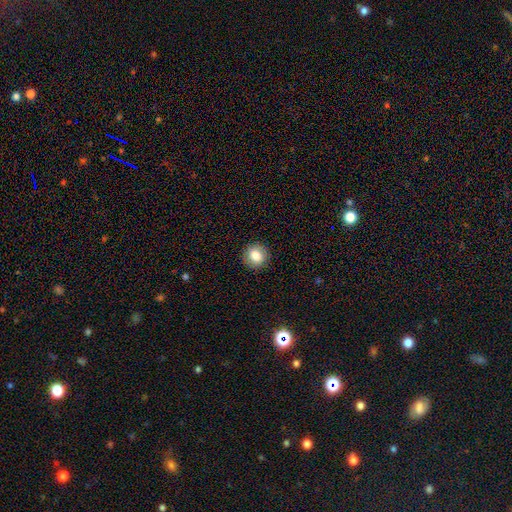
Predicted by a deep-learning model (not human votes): Q: Smooth or featured?
A: smooth (82%); runner-up: star or artifact (9%)
Q: How rounded?
A: round (91%); runner-up: in between (8%)
Q: Merging?
A: none (91%); runner-up: minor disturbance (6%)